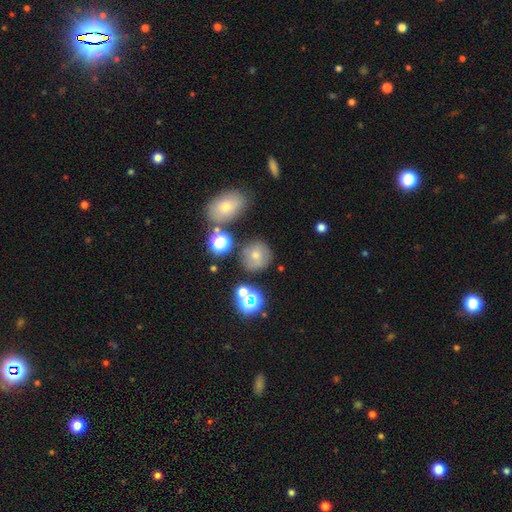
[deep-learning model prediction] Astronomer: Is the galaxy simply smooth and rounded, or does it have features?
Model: smooth — 65%.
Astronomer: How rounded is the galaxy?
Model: round — 89%.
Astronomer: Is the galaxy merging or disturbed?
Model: none — 74%.